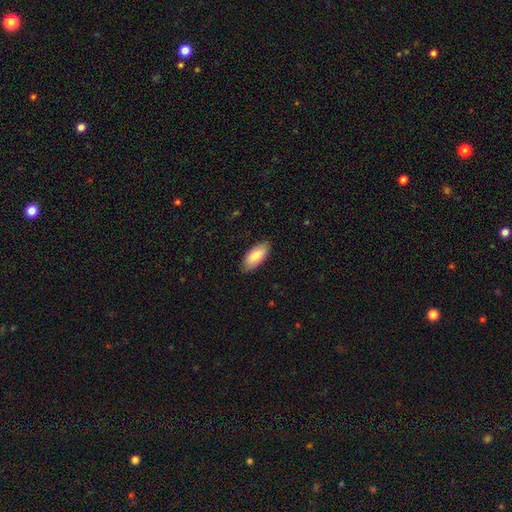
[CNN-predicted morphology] Smooth or featured: smooth — 82% (featured or disk — 12%)
How rounded: in between — 88% (cigar-shaped — 10%)
Merging: none — 85% (minor disturbance — 12%)